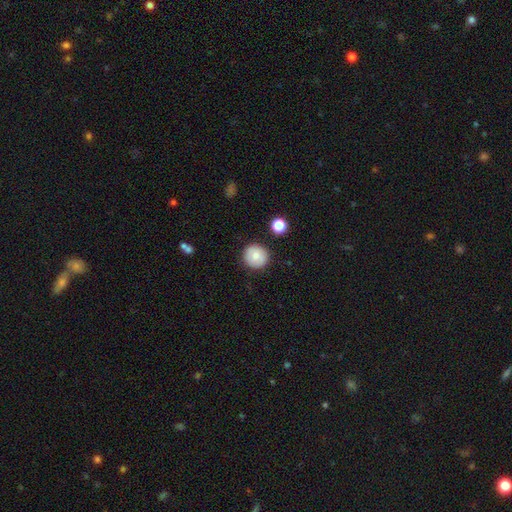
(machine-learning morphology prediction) A smooth galaxy with no disk features (78%) that is round (94%).

Vote fractions:
- Smooth or featured? smooth: 78% / featured or disk: 13% / star or artifact: 9%
- How rounded? round: 94% / in between: 5% / cigar-shaped: 1%
- Merging? none: 89% / minor disturbance: 7% / major disturbance: 2% / merger: 2%